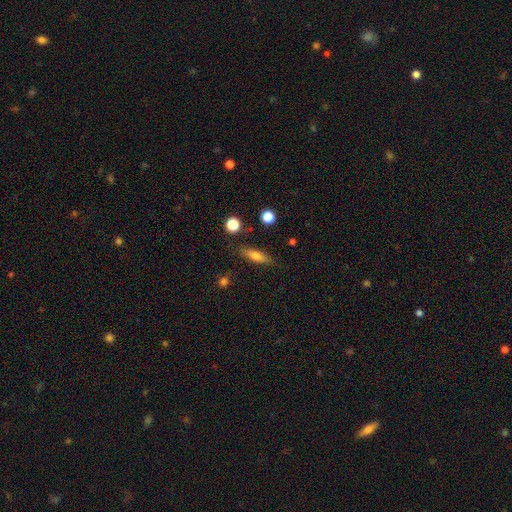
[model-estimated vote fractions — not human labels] Morphology: type=smooth (66%); roundness=cigar-shaped (56%); merging=none (81%).